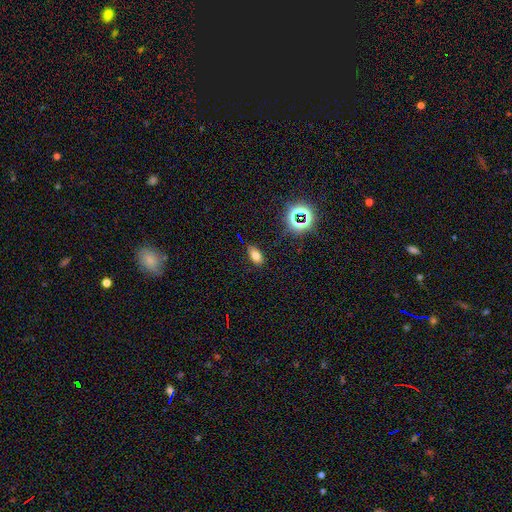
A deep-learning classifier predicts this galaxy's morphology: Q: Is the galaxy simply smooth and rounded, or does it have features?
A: smooth — 71%.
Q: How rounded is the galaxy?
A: in between — 88%.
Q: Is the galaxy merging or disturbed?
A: none — 79%.